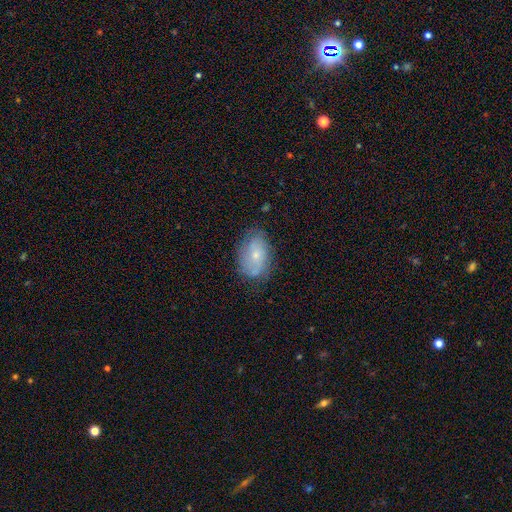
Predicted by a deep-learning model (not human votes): Smooth or featured: featured or disk — 51% (smooth — 41%)
Edge-on disk: no — 95% (yes — 5%)
Merging: none — 68% (minor disturbance — 23%)